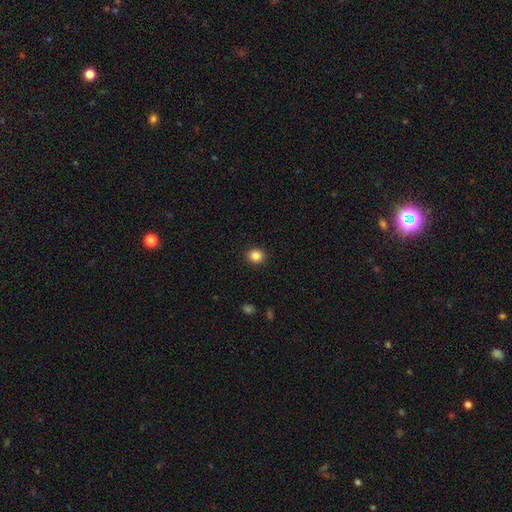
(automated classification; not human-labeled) This appears to be a smooth galaxy with no disk features (85%) that is round (86%). Merging: none (92%).